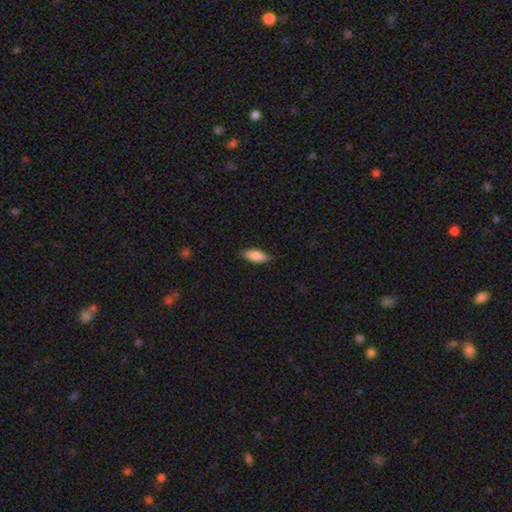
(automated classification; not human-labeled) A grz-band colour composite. It shows a smooth galaxy with no disk features (84%) that is in between round and cigar-shaped (77%). Merging: none (82%).